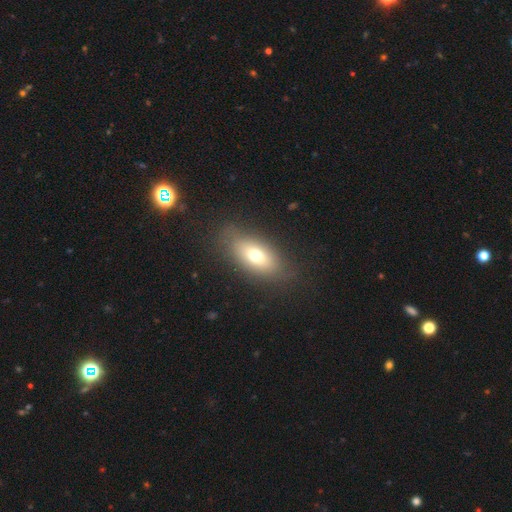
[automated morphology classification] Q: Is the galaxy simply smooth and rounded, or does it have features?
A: smooth — 68%.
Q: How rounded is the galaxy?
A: in between — 84%.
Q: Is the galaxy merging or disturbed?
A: none — 79%.